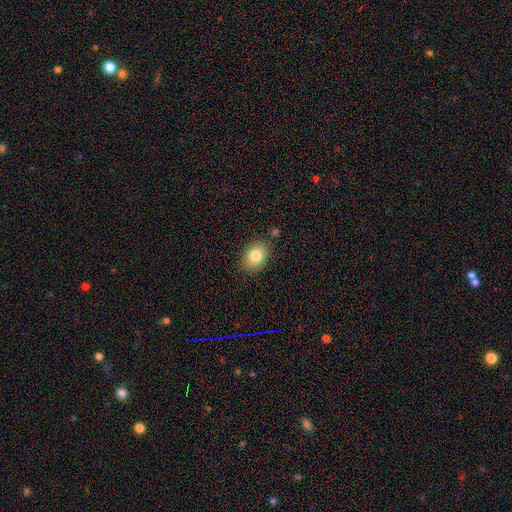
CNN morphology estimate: Smooth or featured? Predicted: smooth (p=0.83). How rounded? Predicted: in between (p=0.74). Merging? Predicted: none (p=0.84).